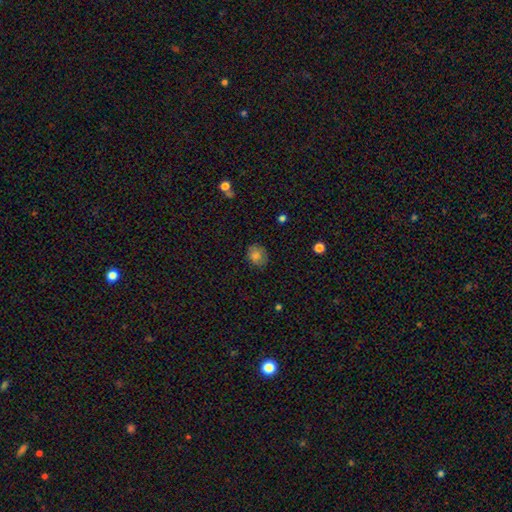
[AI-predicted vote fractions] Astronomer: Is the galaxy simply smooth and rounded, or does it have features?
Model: smooth — 76%.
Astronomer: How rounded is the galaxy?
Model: round — 67%.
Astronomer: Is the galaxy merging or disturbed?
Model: none — 77%.